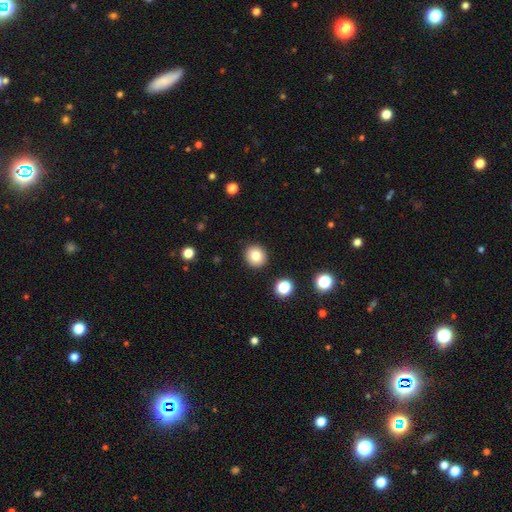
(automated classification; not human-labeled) Smooth or featured? Predicted: smooth (p=0.82). How rounded? Predicted: round (p=0.89). Merging? Predicted: none (p=0.91).